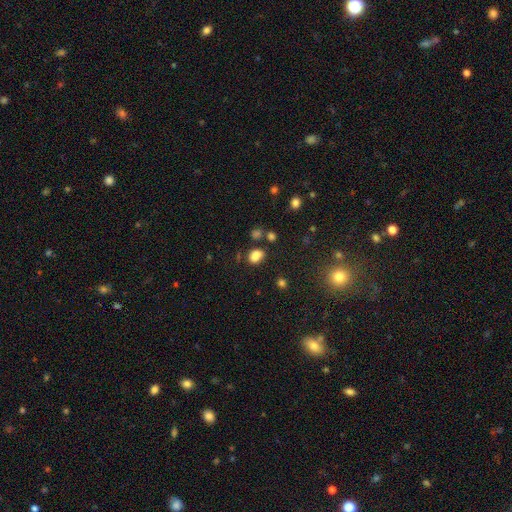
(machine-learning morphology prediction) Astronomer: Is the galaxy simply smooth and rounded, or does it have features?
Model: smooth — 81%.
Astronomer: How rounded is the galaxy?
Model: in between — 72%.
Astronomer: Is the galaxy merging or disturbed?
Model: none — 66%.